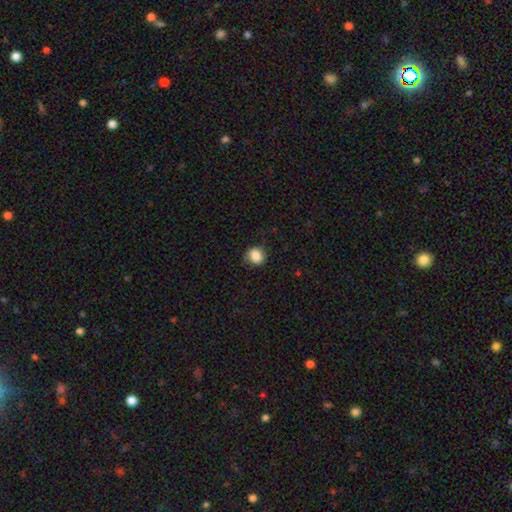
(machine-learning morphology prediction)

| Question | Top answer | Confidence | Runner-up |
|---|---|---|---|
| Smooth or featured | smooth | 87% | star or artifact (9%) |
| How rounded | round | 76% | in between (23%) |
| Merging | none | 80% | minor disturbance (16%) |